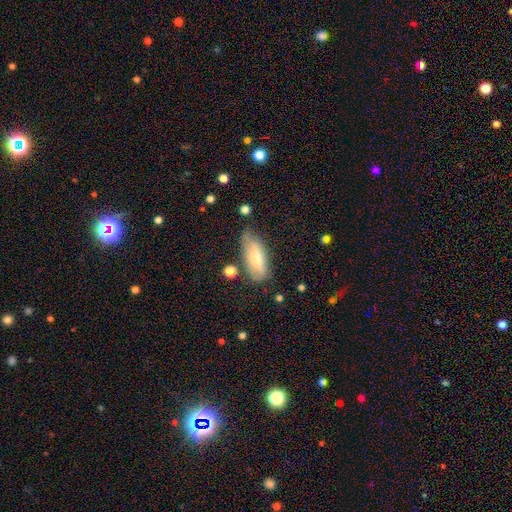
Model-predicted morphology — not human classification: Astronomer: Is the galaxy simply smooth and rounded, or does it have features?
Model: smooth — 66%.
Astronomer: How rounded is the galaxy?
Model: in between — 79%.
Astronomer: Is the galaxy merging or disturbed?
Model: none — 62%.